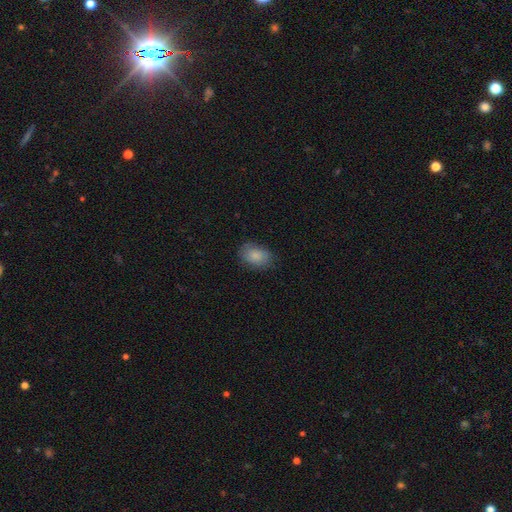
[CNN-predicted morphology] Smooth or featured?
  - smooth: 81% *
  - featured or disk: 12%
  - star or artifact: 7%
How rounded?
  - in between: 83% *
  - round: 15%
  - cigar-shaped: 1%
Merging?
  - none: 77% *
  - minor disturbance: 17%
  - major disturbance: 5%
  - merger: 1%